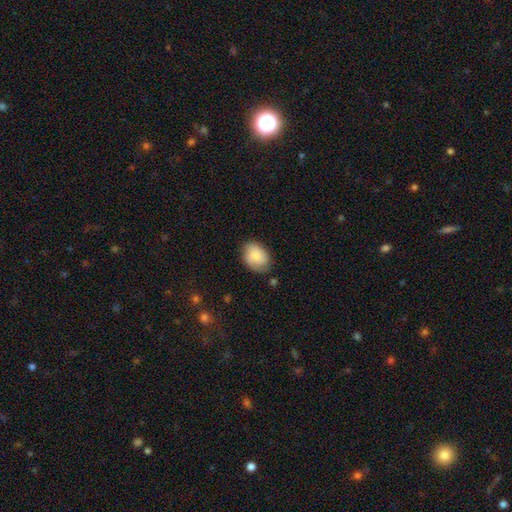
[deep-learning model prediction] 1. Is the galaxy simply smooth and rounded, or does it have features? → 69% smooth, 24% featured or disk, 8% star or artifact.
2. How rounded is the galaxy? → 68% in between, 31% round, 1% cigar-shaped.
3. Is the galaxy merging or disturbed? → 72% none, 21% minor disturbance, 5% major disturbance, 2% merger.